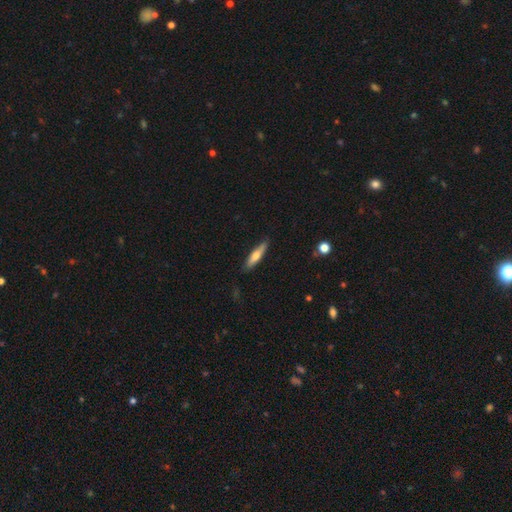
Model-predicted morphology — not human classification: This is likely a smooth galaxy (60%). How rounded: clearly cigar-shaped (80%). Merging: clearly none (83%).